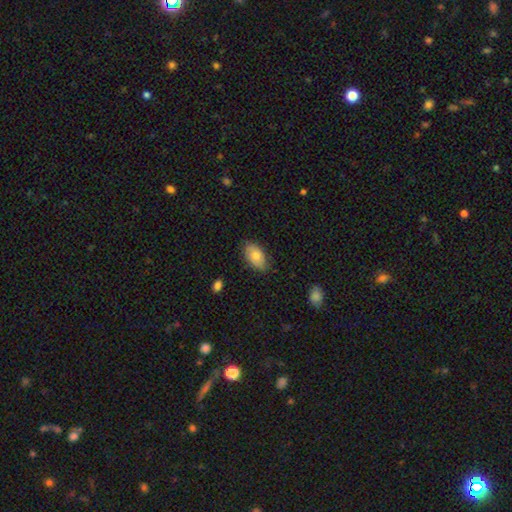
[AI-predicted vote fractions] The model was most divided on "smooth or featured": smooth: 78%, featured or disk: 15%, star or artifact: 6%. More confident: how rounded — in between (94%); merging — none (80%).